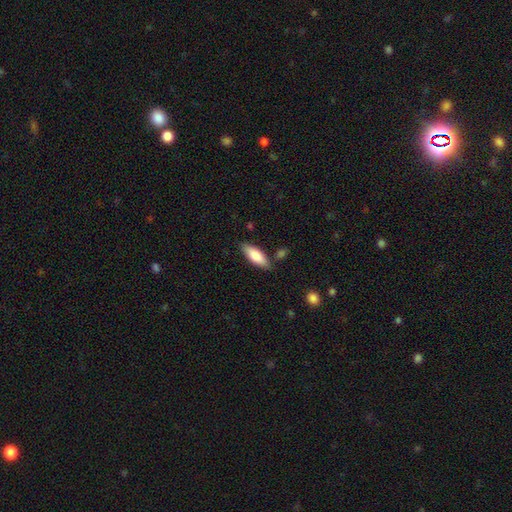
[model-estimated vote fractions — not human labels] Q: Smooth or featured?
A: smooth (80%); runner-up: featured or disk (15%)
Q: How rounded?
A: in between (69%); runner-up: cigar-shaped (29%)
Q: Merging?
A: none (78%); runner-up: minor disturbance (15%)